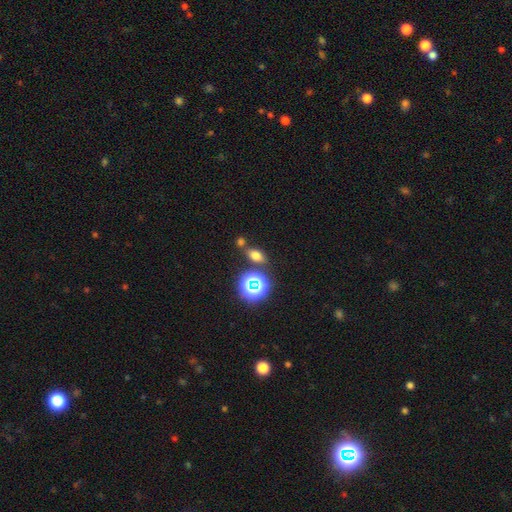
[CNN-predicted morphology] This appears to be a smooth galaxy with no disk features (64%) that is in between round and cigar-shaped (74%). Merging: none (70%).